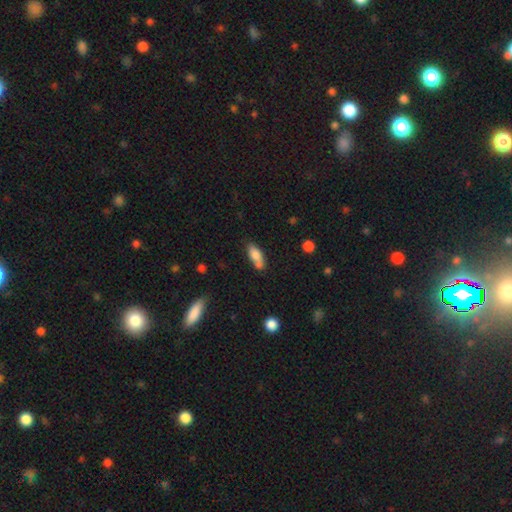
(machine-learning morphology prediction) A smooth galaxy with no disk features (79%) that is in between round and cigar-shaped (79%). Merging: none (49%).